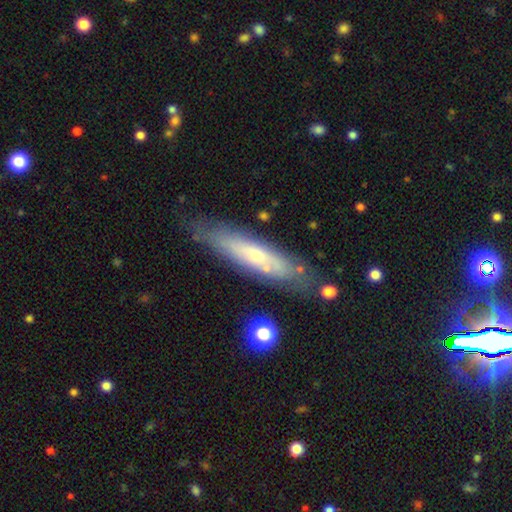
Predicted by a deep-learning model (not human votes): This is possibly a smooth galaxy (48%). Merging: likely none (76%).